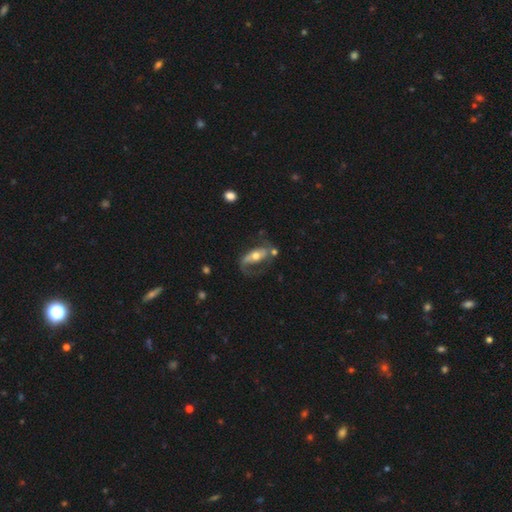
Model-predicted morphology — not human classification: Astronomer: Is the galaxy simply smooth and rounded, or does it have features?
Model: featured or disk — 70%.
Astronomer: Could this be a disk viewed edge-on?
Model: no — 87%.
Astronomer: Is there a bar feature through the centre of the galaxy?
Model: no — 44% (runner-up: strong, 29%).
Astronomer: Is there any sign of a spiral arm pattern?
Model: yes — 80%.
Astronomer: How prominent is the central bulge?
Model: moderate — 68%.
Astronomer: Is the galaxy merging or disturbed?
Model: none — 44% (runner-up: major disturbance, 29%).